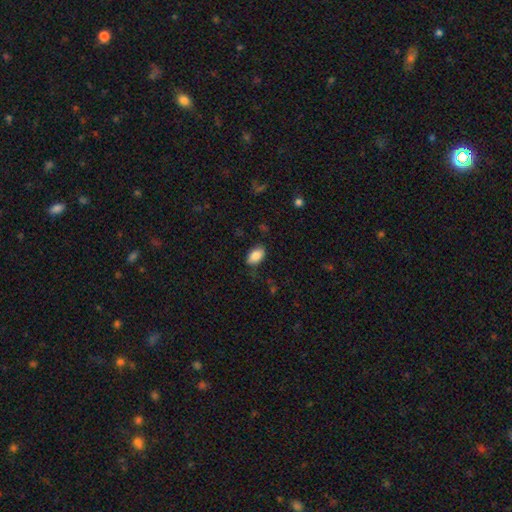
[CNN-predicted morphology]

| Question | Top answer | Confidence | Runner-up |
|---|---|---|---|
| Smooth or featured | smooth | 85% | featured or disk (7%) |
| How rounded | in between | 93% | round (5%) |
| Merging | none | 80% | minor disturbance (15%) |